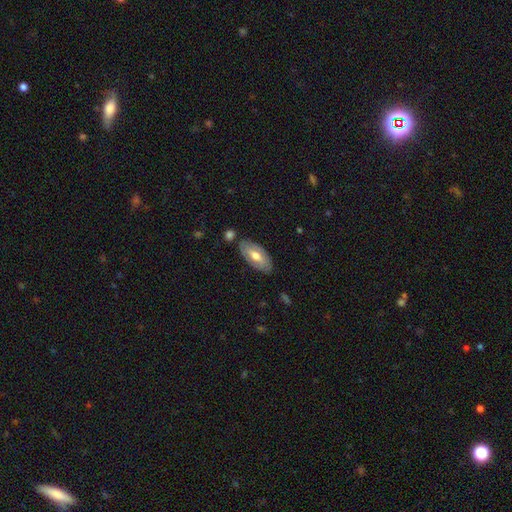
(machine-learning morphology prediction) Smooth or featured: smooth — 53% (featured or disk — 41%)
How rounded: in between — 90% (cigar-shaped — 7%)
Merging: none — 80% (minor disturbance — 14%)